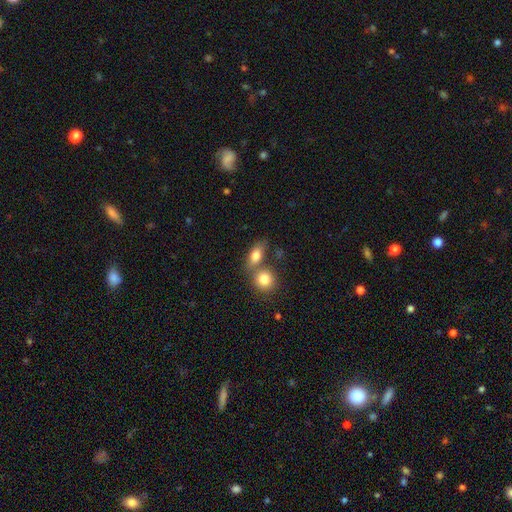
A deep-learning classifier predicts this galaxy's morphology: A smooth galaxy with no disk features (78%) that is in between round and cigar-shaped (75%). Merging: none (47%).